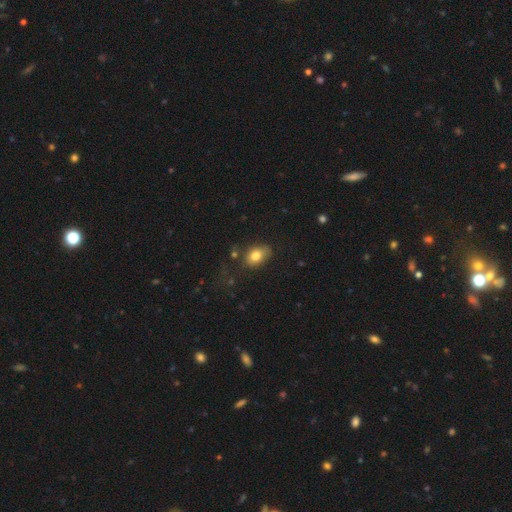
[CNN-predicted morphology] Smooth or featured? smooth (80%)
How rounded? in between (80%)
Merging? none (65%)